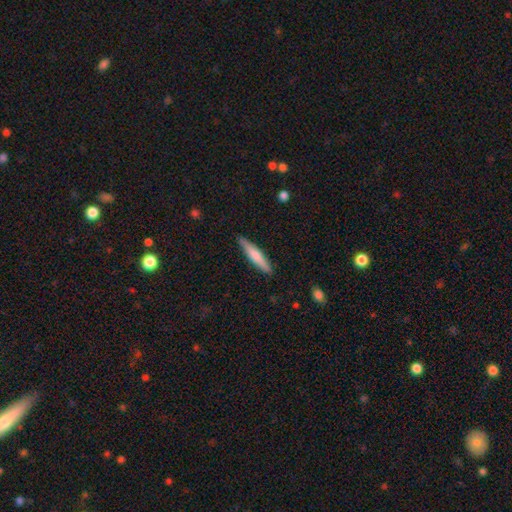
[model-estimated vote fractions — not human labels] A smooth galaxy with no disk features (68%) that is cigar-shaped (90%). Merging: none (87%).